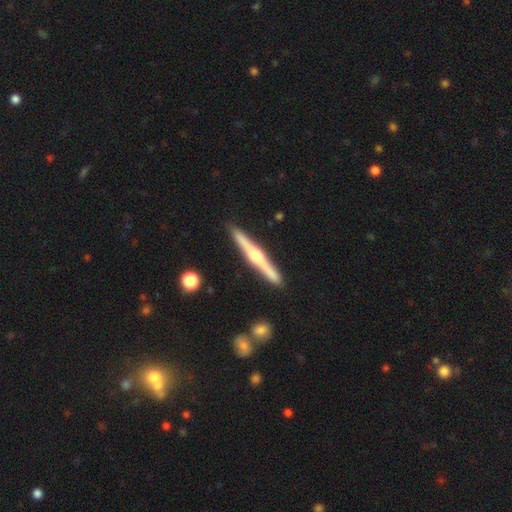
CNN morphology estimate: A featured or disk galaxy (77%) viewed edge-on (98%) with a rounded central bulge (84%). Merging: none (90%).